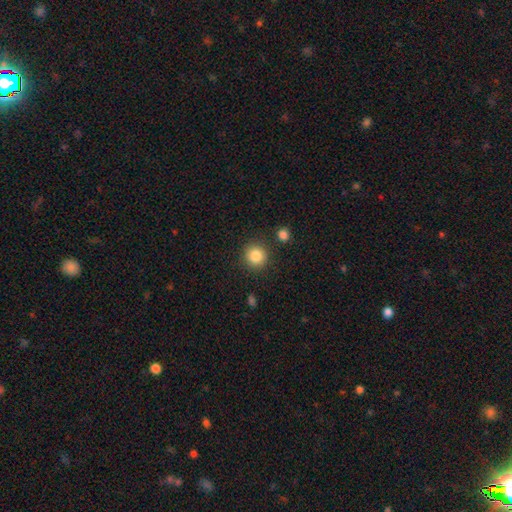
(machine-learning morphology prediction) smooth_or_featured: smooth (p=0.85) [alt: star or artifact p=0.10]
how_rounded: round (p=0.92) [alt: in between p=0.07]
merging: none (p=0.87) [alt: minor disturbance p=0.07]